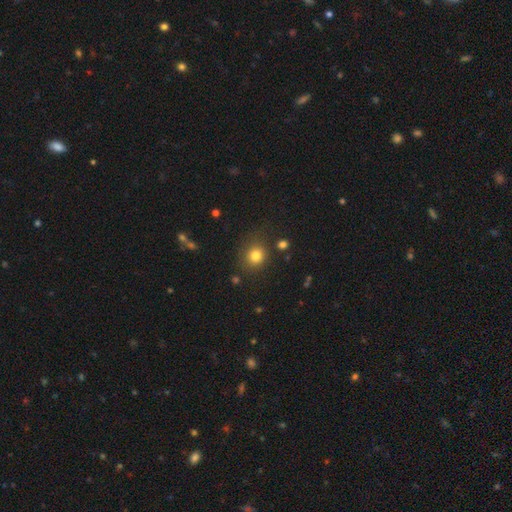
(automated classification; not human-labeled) Morphology: type=smooth (80%); roundness=round (86%); merging=none (81%).